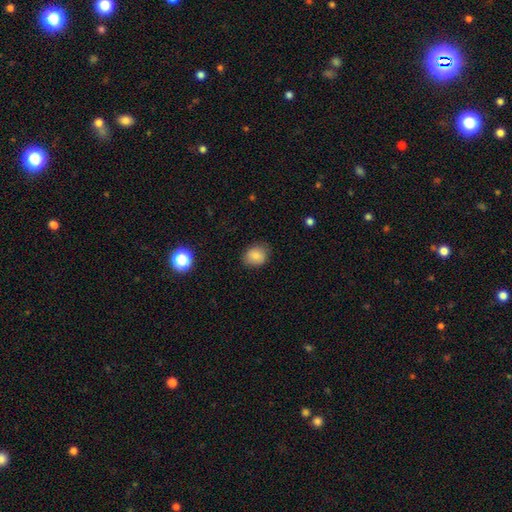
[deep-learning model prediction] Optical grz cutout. It shows a smooth galaxy with no disk features (83%) that is round (60%). Merging: none (79%).